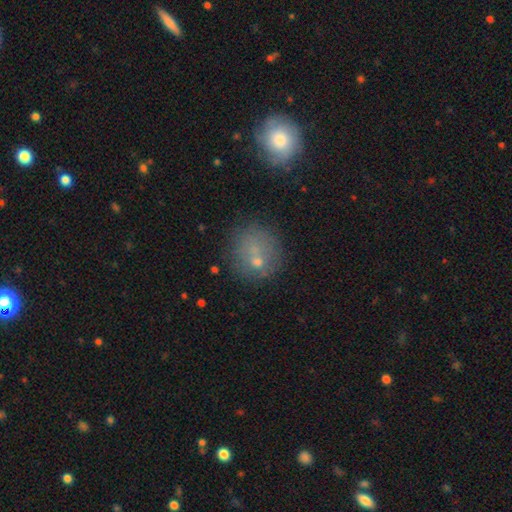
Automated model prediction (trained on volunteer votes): This appears to be a smooth galaxy with no disk features (60%) that is round (85%). Merging: none (62%).